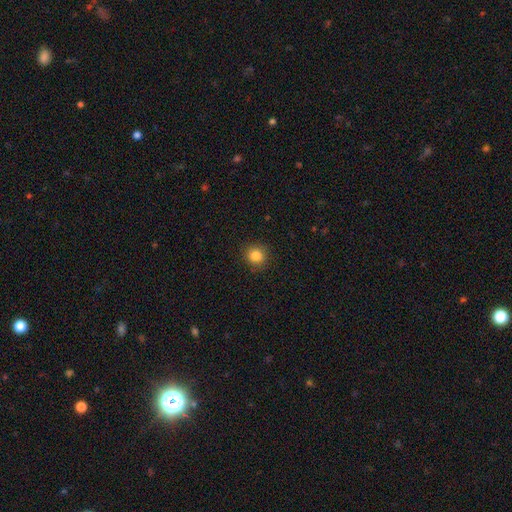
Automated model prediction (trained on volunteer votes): This is clearly a smooth galaxy (85%). How rounded: clearly round (91%). Merging: clearly none (90%).